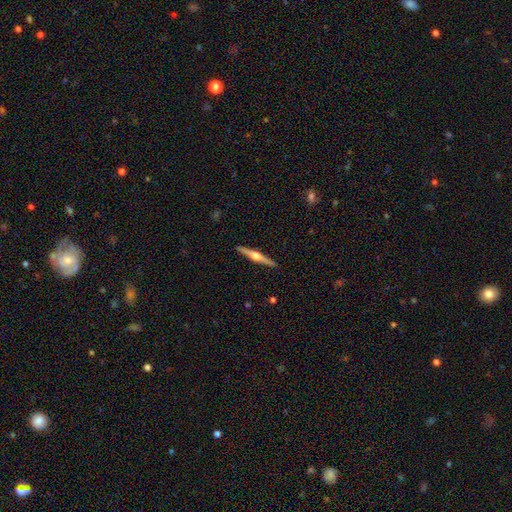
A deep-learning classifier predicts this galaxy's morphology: Smooth or featured?
  - featured or disk: 77% *
  - smooth: 18%
  - star or artifact: 5%
Edge-on disk?
  - yes: 98% *
  - no: 2%
Edge-on bulge?
  - rounded: 94% *
  - boxy: 4%
  - none: 2%
Merging?
  - none: 92% *
  - minor disturbance: 6%
  - major disturbance: 1%
  - merger: 1%